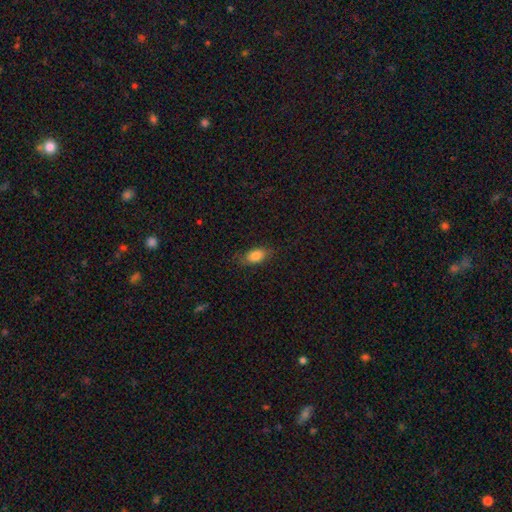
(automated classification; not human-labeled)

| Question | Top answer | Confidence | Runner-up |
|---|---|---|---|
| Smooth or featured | smooth | 83% | featured or disk (9%) |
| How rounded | in between | 85% | cigar-shaped (8%) |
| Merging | none | 78% | minor disturbance (16%) |